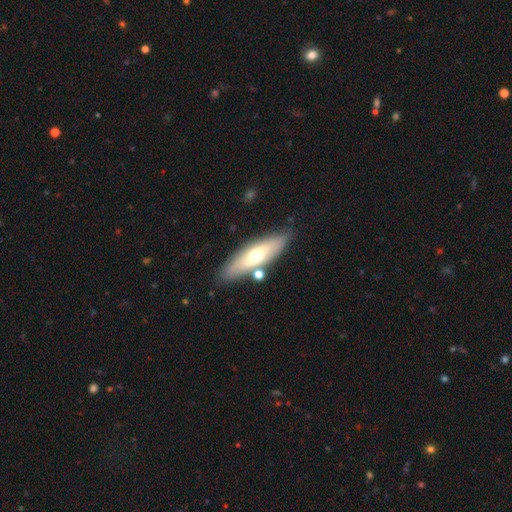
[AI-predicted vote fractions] This appears to be a smooth galaxy with no disk features (48%). Merging: none (79%).